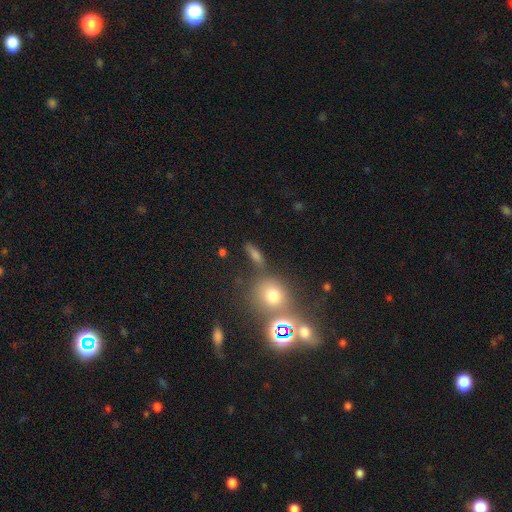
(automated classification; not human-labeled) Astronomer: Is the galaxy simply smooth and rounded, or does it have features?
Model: star or artifact — 50% (runner-up: smooth, 37%).